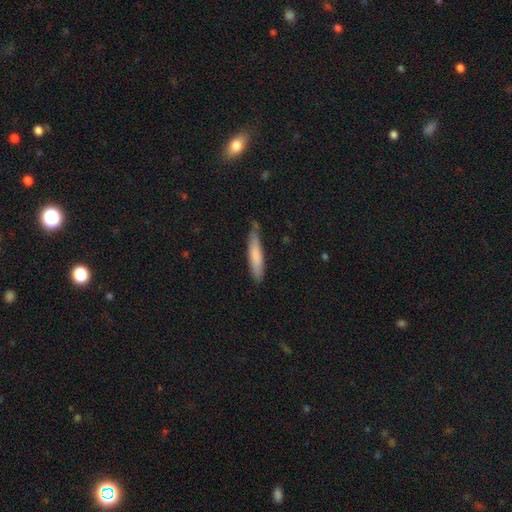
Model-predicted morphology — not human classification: Smooth or featured? Predicted: smooth (p=0.77). How rounded? Predicted: cigar-shaped (p=0.88). Merging? Predicted: none (p=0.71).